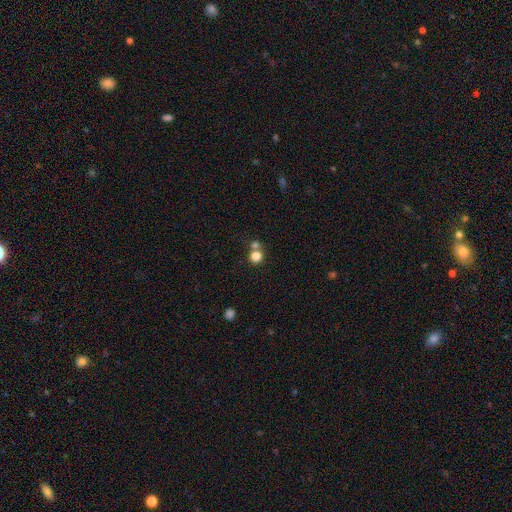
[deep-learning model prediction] This is clearly a smooth galaxy (81%). How rounded: clearly round (89%). Merging: possibly none (55%).